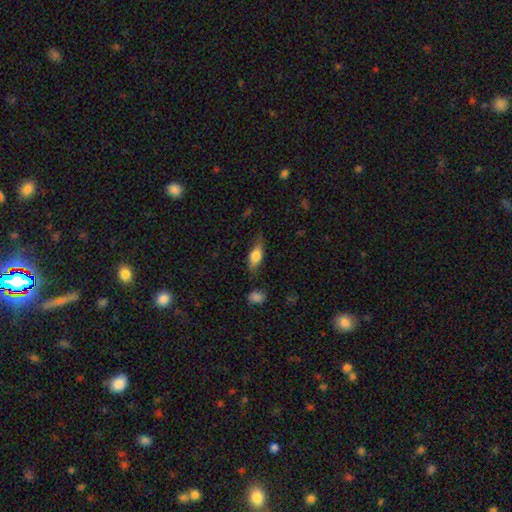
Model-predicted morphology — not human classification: The model was most divided on "merging": none: 70%, minor disturbance: 21%, major disturbance: 6%, merger: 3%. More confident: how rounded — in between (73%); smooth or featured — smooth (71%).